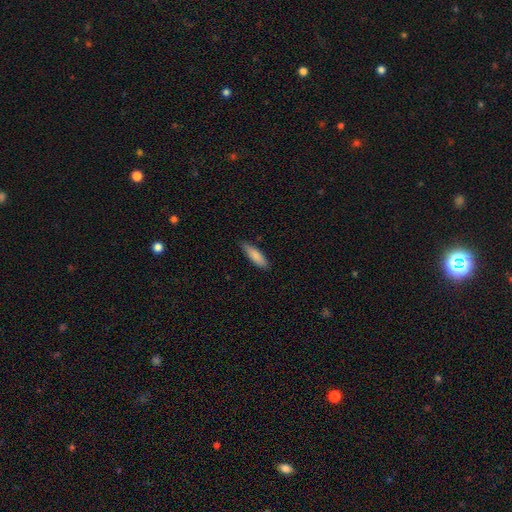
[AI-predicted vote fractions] Smooth or featured: smooth — 86% (featured or disk — 8%)
How rounded: cigar-shaped — 58% (in between — 41%)
Merging: none — 82% (minor disturbance — 15%)